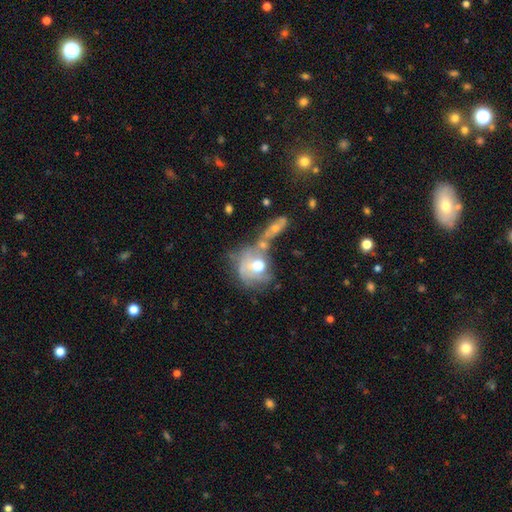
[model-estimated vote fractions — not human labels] The model was most divided on "smooth or featured": featured or disk: 49%, smooth: 37%, star or artifact: 14%. Remaining: merging — merger (45%).